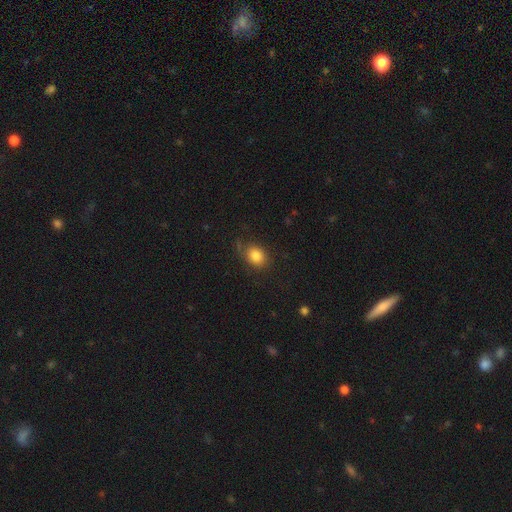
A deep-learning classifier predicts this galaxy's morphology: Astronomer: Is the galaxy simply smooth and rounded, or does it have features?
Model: smooth — 82%.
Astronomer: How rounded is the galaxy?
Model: in between — 56% (runner-up: round, 42%).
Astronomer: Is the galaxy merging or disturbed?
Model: none — 69%.